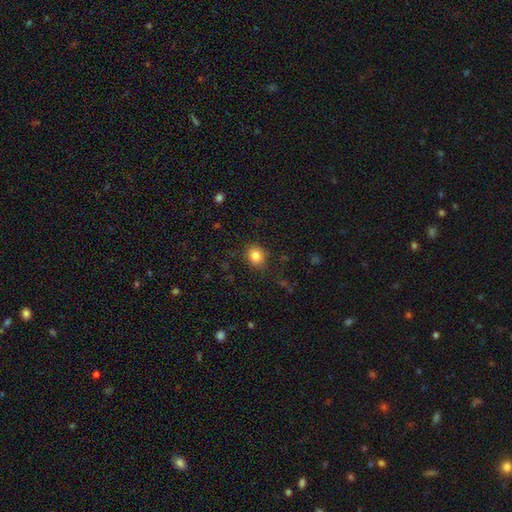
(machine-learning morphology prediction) A smooth galaxy with no disk features (83%) that is round (69%). Merging: none (86%).